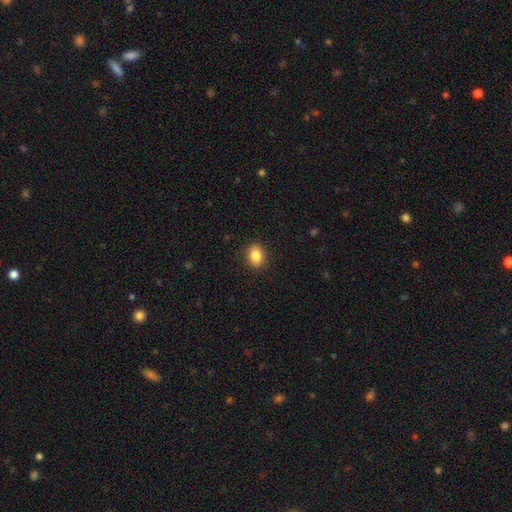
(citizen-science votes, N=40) Morphology: type=smooth (90%); roundness=in between (53%); merging=none (86%).